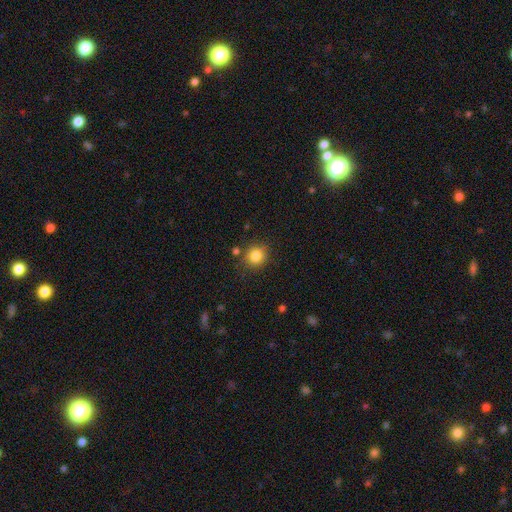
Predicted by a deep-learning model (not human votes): smooth_or_featured: smooth (p=0.83) [alt: star or artifact p=0.11]
how_rounded: round (p=0.86) [alt: in between p=0.13]
merging: none (p=0.83) [alt: minor disturbance p=0.09]